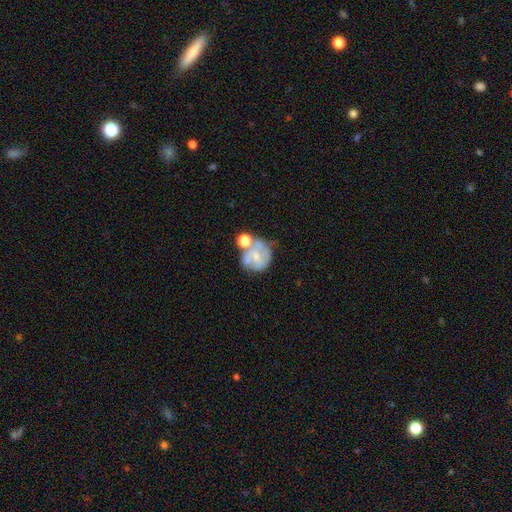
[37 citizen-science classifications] Volunteers were most divided on "spiral arms": yes: 53%, no: 47%. Remaining: edge-on disk — no (95%); bar — no (63%); spiral arm count — 2 (60%); bulge size — small (58%); smooth or featured — featured or disk (54%); spiral winding — medium (50%); merging — merger (44%).